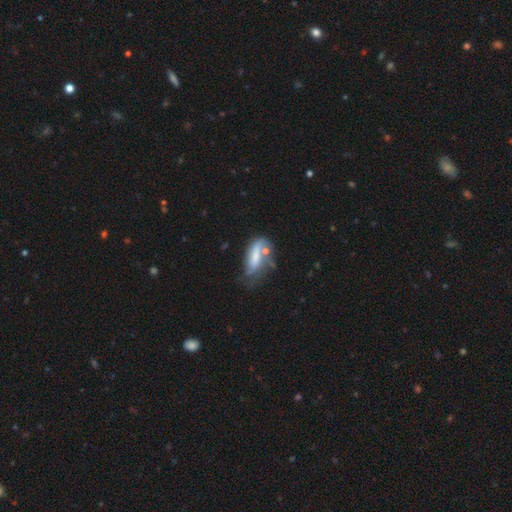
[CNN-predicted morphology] This is possibly a smooth galaxy (56%). How rounded: likely in between (69%). Merging: marginally none (33%).